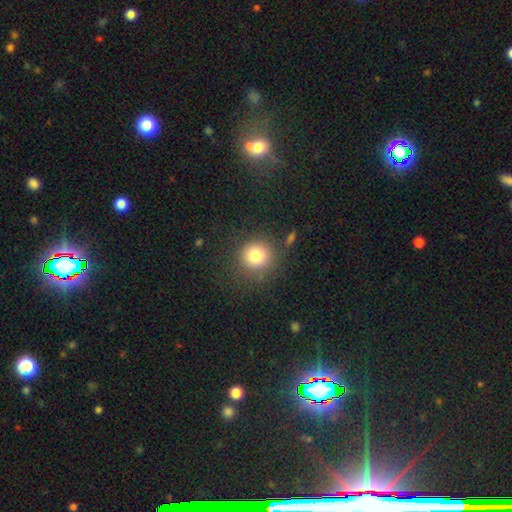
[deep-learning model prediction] Smooth or featured? Predicted: smooth (p=0.81). How rounded? Predicted: round (p=0.92). Merging? Predicted: none (p=0.81).